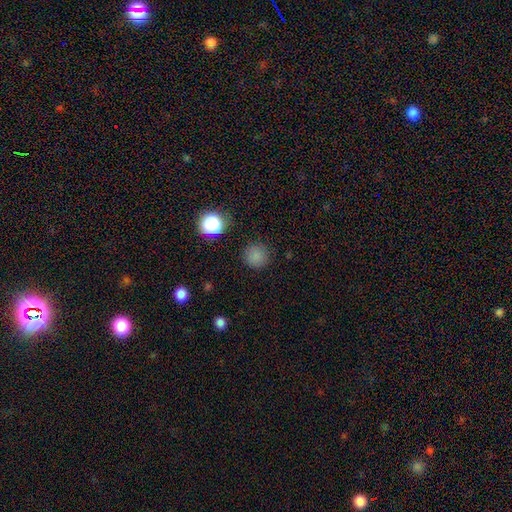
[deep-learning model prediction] Overall: smooth (80%). How rounded: round (94%). Merging: none (89%).